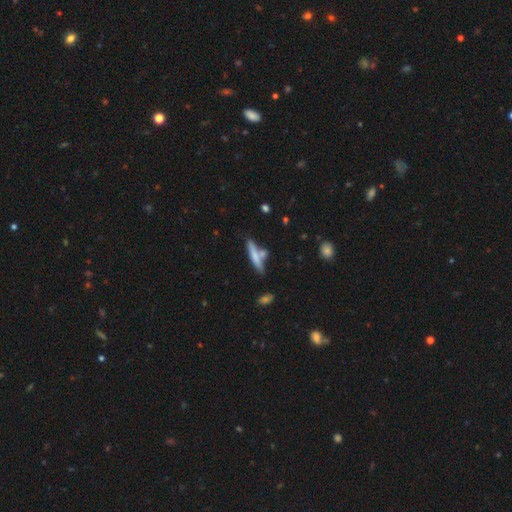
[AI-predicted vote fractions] Q: Smooth or featured?
A: smooth (64%); runner-up: featured or disk (29%)
Q: How rounded?
A: cigar-shaped (87%); runner-up: in between (11%)
Q: Merging?
A: none (64%); runner-up: merger (19%)